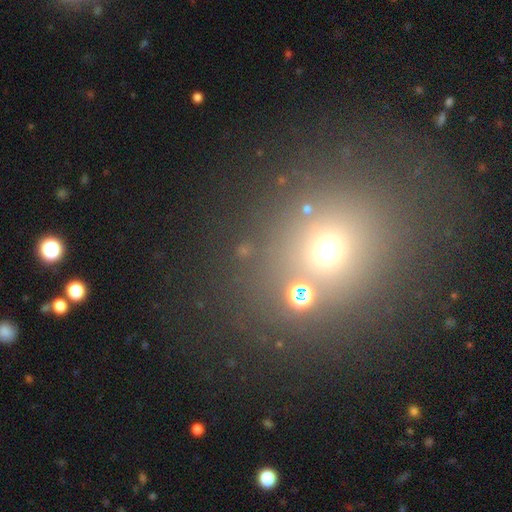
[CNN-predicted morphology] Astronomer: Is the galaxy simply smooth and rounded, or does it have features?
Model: smooth — 53% (runner-up: star or artifact, 36%).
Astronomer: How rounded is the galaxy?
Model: round — 72%.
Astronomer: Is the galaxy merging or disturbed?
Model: none — 71%.